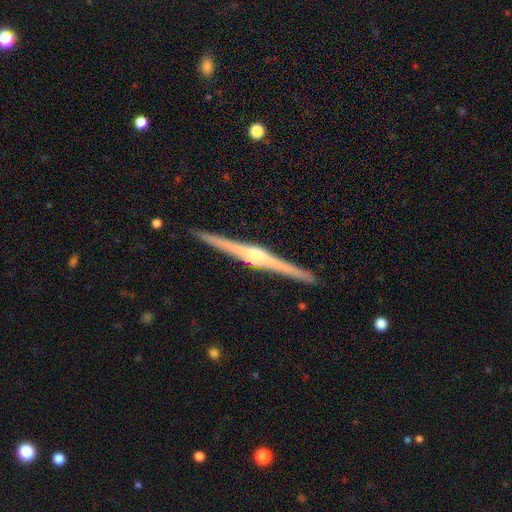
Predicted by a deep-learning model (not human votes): Morphology: type=featured or disk (85%); edge-on=yes (99%); edge-on bulge=rounded (85%); merging=none (92%).